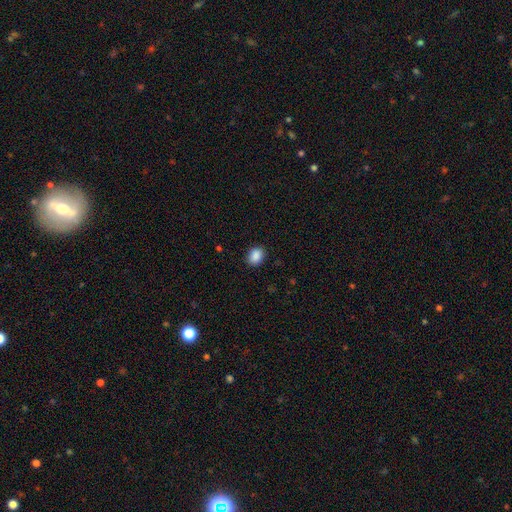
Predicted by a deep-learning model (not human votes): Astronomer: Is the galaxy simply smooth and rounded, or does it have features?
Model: smooth — 88%.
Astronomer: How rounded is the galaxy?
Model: in between — 59% (runner-up: round, 40%).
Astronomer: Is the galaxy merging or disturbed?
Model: none — 88%.